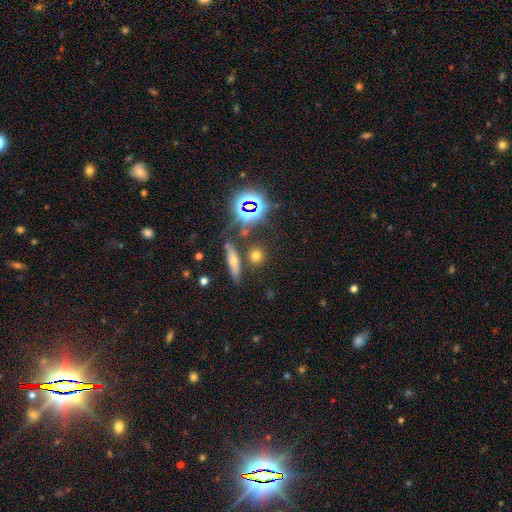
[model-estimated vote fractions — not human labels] This appears to be a smooth galaxy with no disk features (61%) that is round (65%). Merging: none (78%).